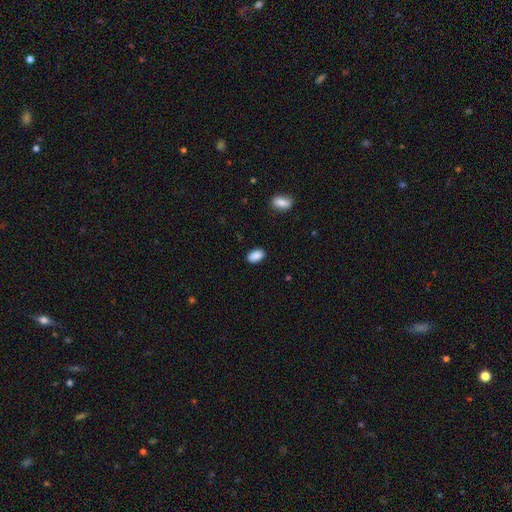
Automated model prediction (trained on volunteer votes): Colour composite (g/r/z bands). It shows a smooth galaxy with no disk features (89%) that is in between round and cigar-shaped (91%). Merging: none (87%).